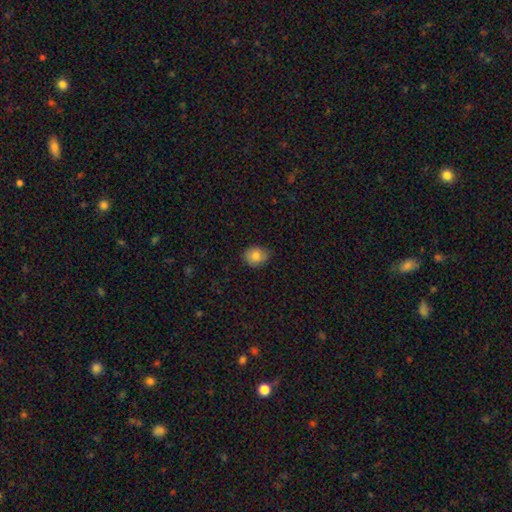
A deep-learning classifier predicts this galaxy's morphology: Smooth or featured? Predicted: smooth (p=0.81). How rounded? Predicted: round (p=0.62). Merging? Predicted: none (p=0.76).